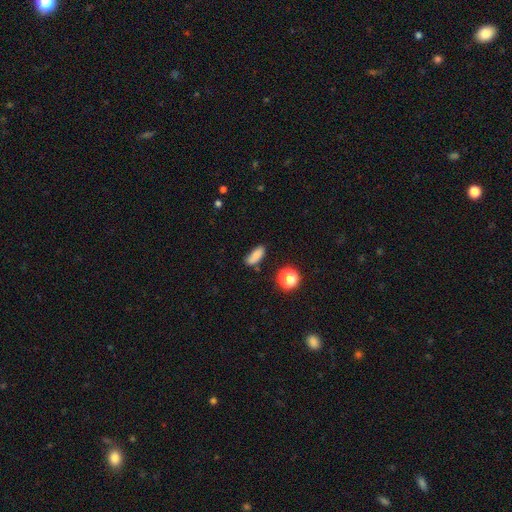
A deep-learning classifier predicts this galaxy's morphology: This appears to be a smooth galaxy with no disk features (79%) that is in between round and cigar-shaped (73%). Merging: none (69%).